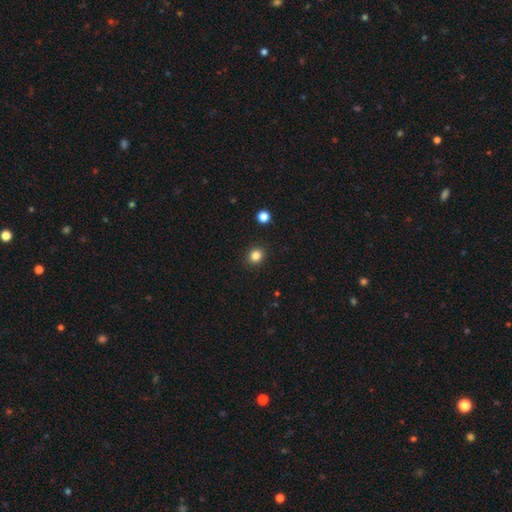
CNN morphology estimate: type=smooth (83%); roundness=round (73%); merging=none (91%).